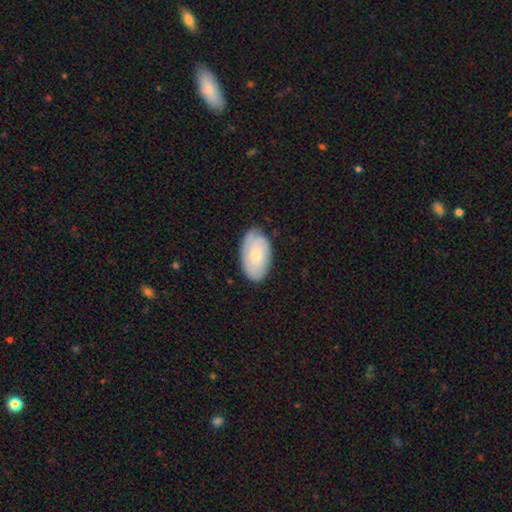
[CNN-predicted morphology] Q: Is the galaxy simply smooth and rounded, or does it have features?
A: smooth — 60%.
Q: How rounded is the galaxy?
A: in between — 94%.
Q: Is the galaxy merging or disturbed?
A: none — 74%.